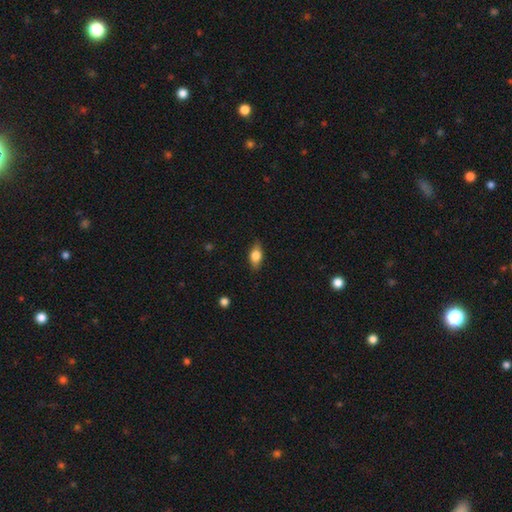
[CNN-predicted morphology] Smooth or featured: smooth — 73% (featured or disk — 19%)
How rounded: in between — 82% (round — 9%)
Merging: none — 82% (minor disturbance — 14%)